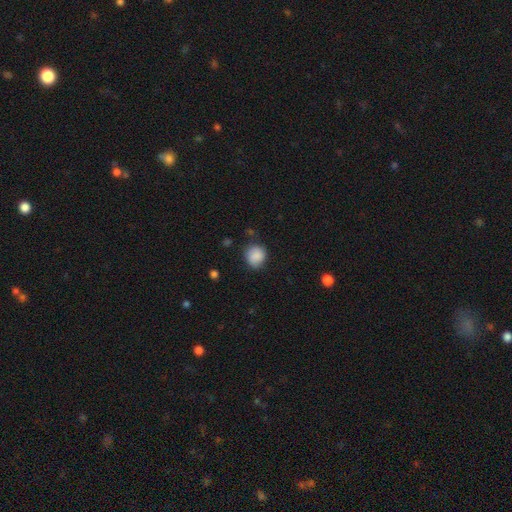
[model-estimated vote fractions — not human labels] smooth-or-featured: smooth: 85% | star or artifact: 8% | featured or disk: 7%
  how-rounded: round: 79% | in between: 20% | cigar-shaped: 1%
  merging: none: 72% | minor disturbance: 21% | major disturbance: 5% | merger: 2%